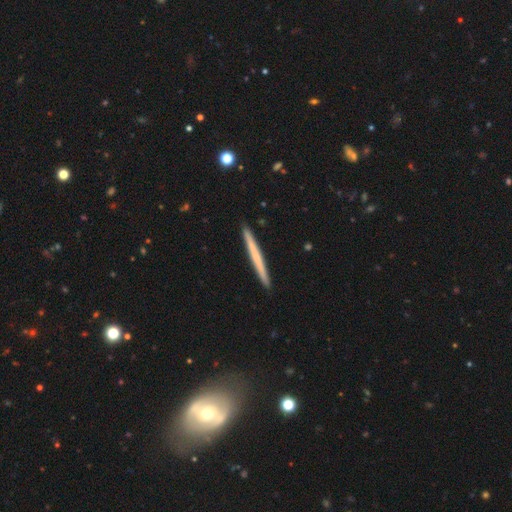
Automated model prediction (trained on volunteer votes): smooth-or-featured: smooth: 55% | featured or disk: 40% | star or artifact: 5%
  how-rounded: cigar-shaped: 97% | in between: 1% | round: 1%
  merging: none: 93% | minor disturbance: 5% | major disturbance: 1% | merger: 1%